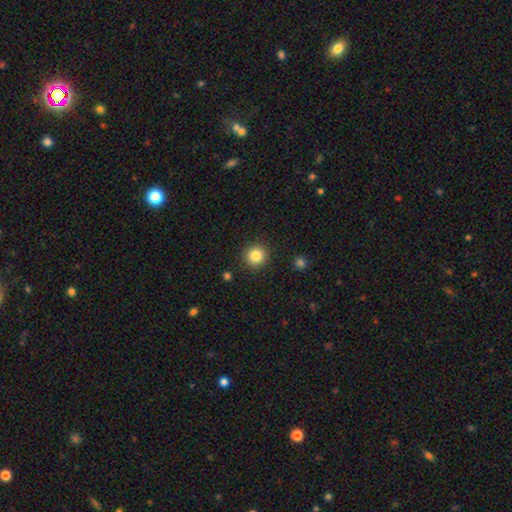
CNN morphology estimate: smooth_or_featured: smooth (p=0.84) [alt: star or artifact p=0.11]
how_rounded: round (p=0.95) [alt: in between p=0.05]
merging: none (p=0.91) [alt: minor disturbance p=0.06]